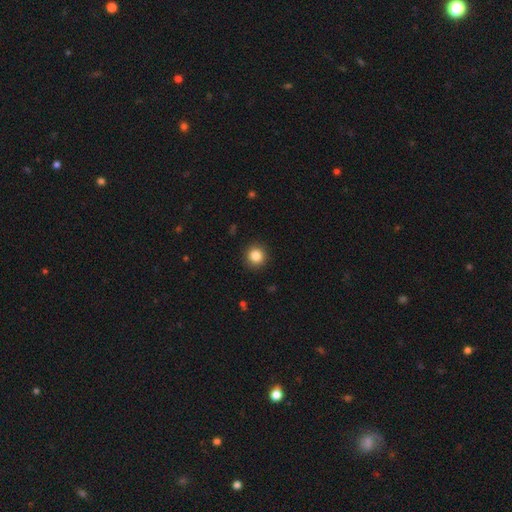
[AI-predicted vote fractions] Smooth or featured: smooth — 85% (star or artifact — 10%)
How rounded: round — 94% (in between — 5%)
Merging: none — 92% (minor disturbance — 5%)